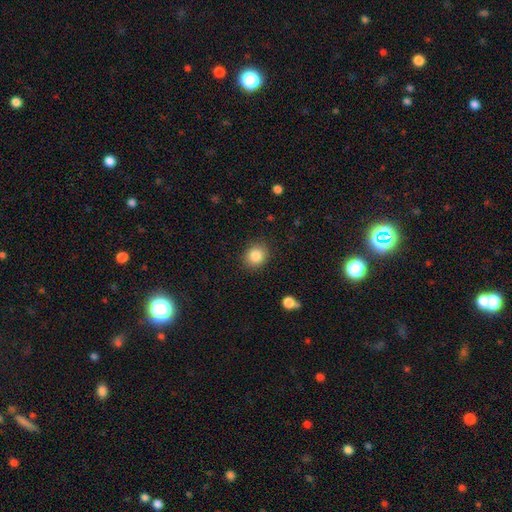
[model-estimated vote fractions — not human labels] smooth-or-featured: smooth: 85% | star or artifact: 9% | featured or disk: 5%
  how-rounded: round: 75% | in between: 24% | cigar-shaped: 1%
  merging: none: 87% | minor disturbance: 9% | major disturbance: 3% | merger: 1%